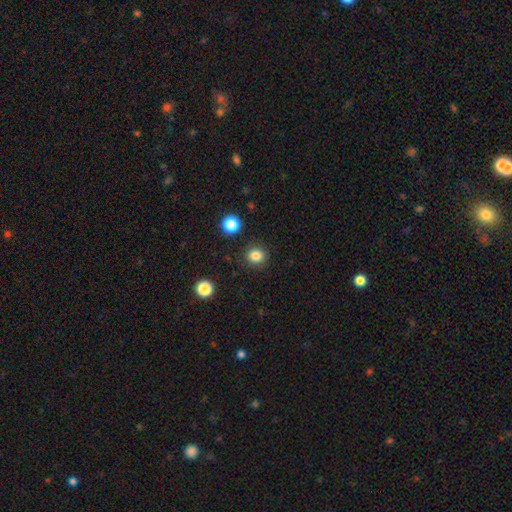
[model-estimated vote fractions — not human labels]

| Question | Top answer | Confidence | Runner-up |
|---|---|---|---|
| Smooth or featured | smooth | 84% | star or artifact (12%) |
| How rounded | round | 86% | in between (13%) |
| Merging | none | 89% | minor disturbance (7%) |